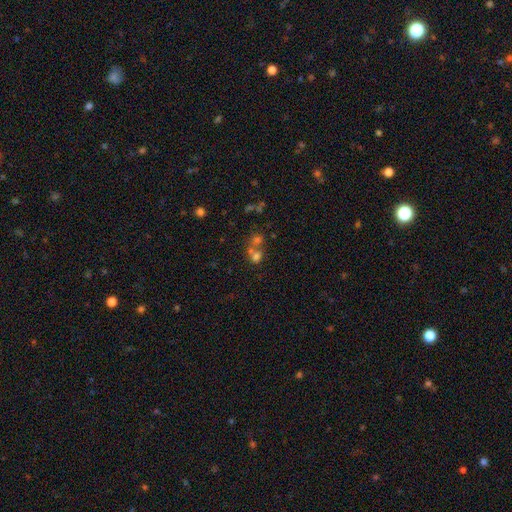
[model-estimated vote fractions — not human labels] smooth-or-featured: smooth: 62% | star or artifact: 20% | featured or disk: 18%
  how-rounded: round: 70% | in between: 28% | cigar-shaped: 1%
  merging: merger: 56% | none: 34% | minor disturbance: 6% | major disturbance: 4%